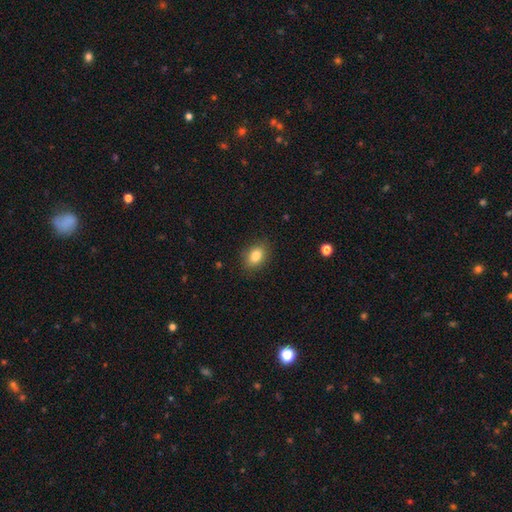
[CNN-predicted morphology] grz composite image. It shows a smooth galaxy with no disk features (83%) that is in between round and cigar-shaped (74%). Merging: none (86%).